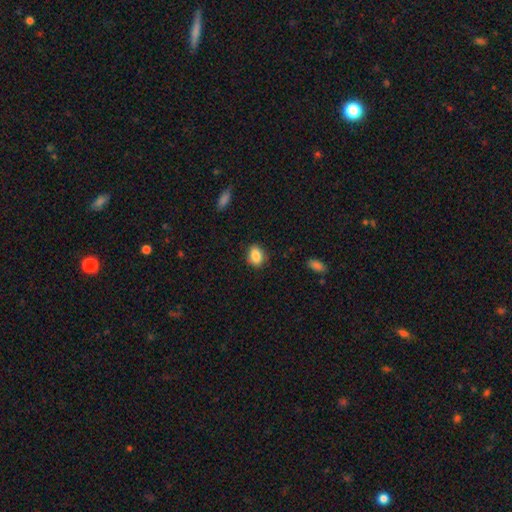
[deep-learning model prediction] Smooth or featured? Predicted: smooth (p=0.87). How rounded? Predicted: in between (p=0.71). Merging? Predicted: none (p=0.81).